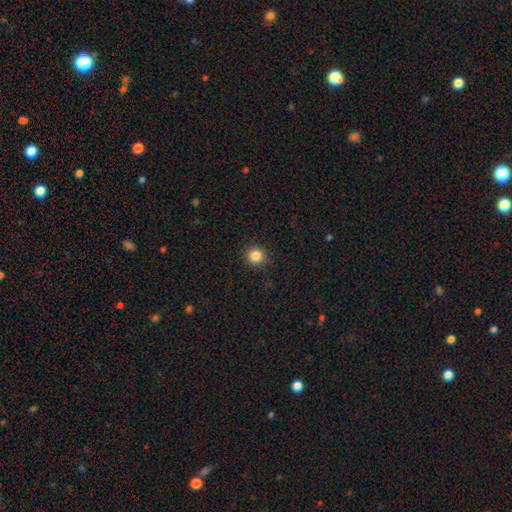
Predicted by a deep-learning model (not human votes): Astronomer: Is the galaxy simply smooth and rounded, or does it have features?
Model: smooth — 85%.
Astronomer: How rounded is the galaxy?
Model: round — 94%.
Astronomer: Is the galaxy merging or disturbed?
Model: none — 91%.